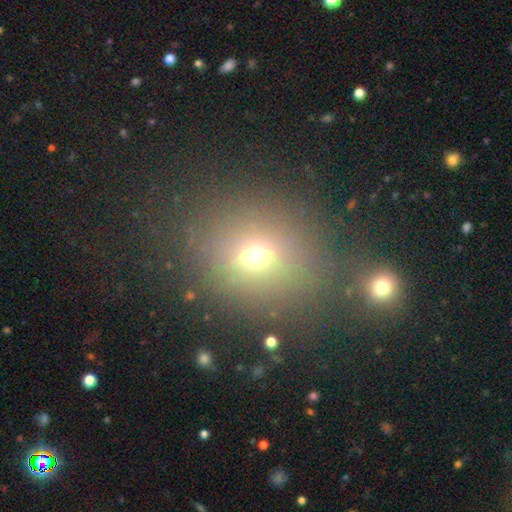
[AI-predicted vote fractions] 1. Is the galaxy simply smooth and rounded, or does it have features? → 65% smooth, 23% star or artifact, 12% featured or disk.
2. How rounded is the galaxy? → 69% round, 30% in between, 2% cigar-shaped.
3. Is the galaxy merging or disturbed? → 79% none, 11% minor disturbance, 6% major disturbance, 4% merger.